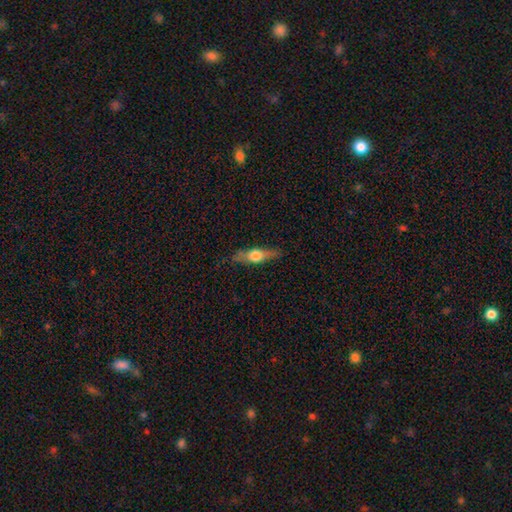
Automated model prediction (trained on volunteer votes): This is possibly a featured or disk galaxy (54%). It is clearly viewed edge-on (93%). Edge-on bulge: clearly rounded (94%). Merging: clearly none (81%).